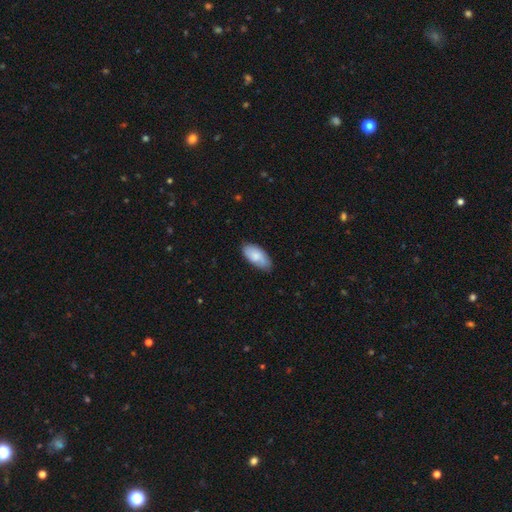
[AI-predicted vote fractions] This appears to be a smooth galaxy with no disk features (81%) that is in between round and cigar-shaped (93%). Merging: none (75%).